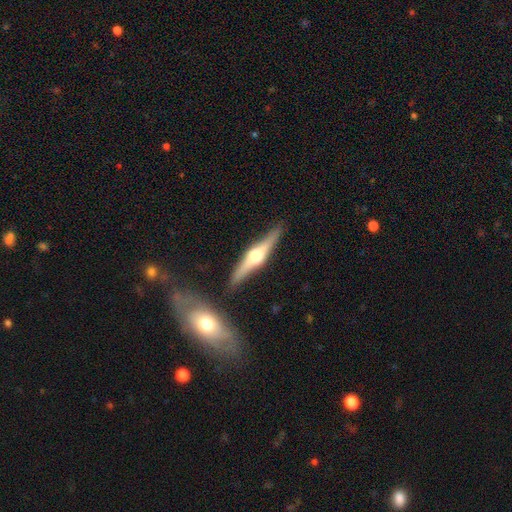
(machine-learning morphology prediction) A featured or disk galaxy (75%) viewed edge-on (97%) with a rounded central bulge (93%).

Vote fractions:
- Smooth or featured? featured or disk: 75% / smooth: 20% / star or artifact: 5%
- Edge-on disk? yes: 97% / no: 3%
- Edge-on bulge? rounded: 93% / boxy: 5% / none: 2%
- Merging? none: 84% / minor disturbance: 9% / merger: 4% / major disturbance: 2%